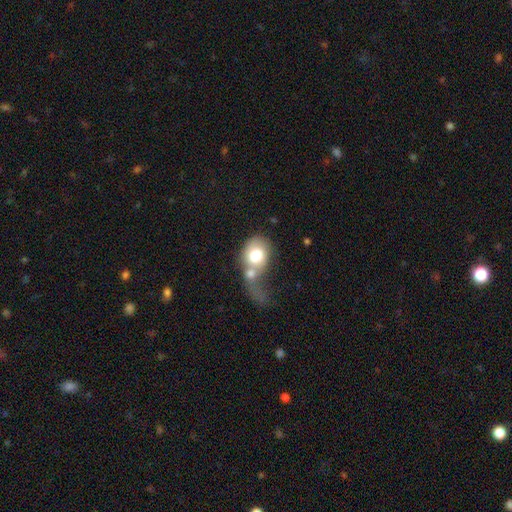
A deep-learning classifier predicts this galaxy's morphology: smooth-or-featured: smooth: 69% | featured or disk: 24% | star or artifact: 7%
  how-rounded: in between: 53% | round: 46% | cigar-shaped: 1%
  merging: merger: 52% | major disturbance: 24% | none: 14% | minor disturbance: 10%